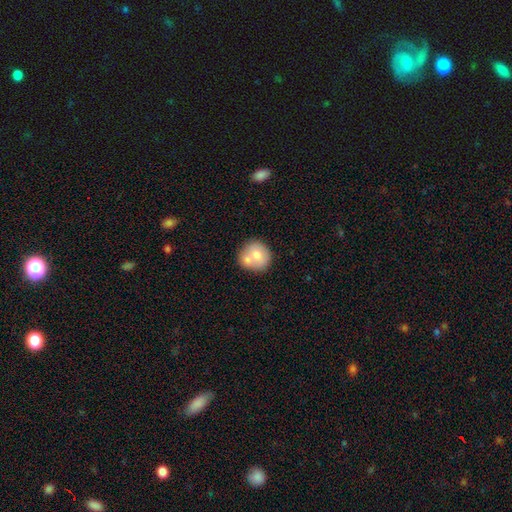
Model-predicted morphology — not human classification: This appears to be a smooth galaxy with no disk features (70%) that is round (86%). Merging: none (47%).